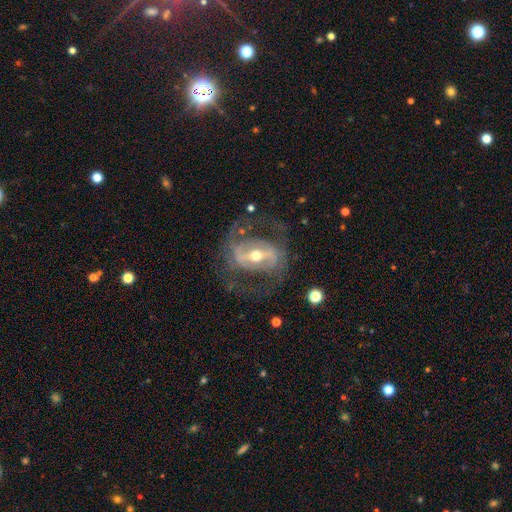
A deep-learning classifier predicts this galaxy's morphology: Smooth or featured?
  - featured or disk: 86% *
  - smooth: 8%
  - star or artifact: 6%
Edge-on disk?
  - no: 95% *
  - yes: 5%
Bar?
  - strong: 57% *
  - weak: 30%
  - no: 13%
Spiral arms?
  - yes: 84% *
  - no: 16%
Spiral winding?
  - medium: 50% *
  - loose: 28%
  - tight: 22%
Spiral arm count?
  - 2: 83% *
  - can't tell: 9%
  - 3: 3%
  - 1: 3%
  - 4: 1%
  - more than 4: 1%
Bulge size?
  - moderate: 63% *
  - small: 30%
  - large: 5%
  - dominant: 1%
  - none: 1%
Merging?
  - none: 65% *
  - major disturbance: 18%
  - minor disturbance: 15%
  - merger: 2%